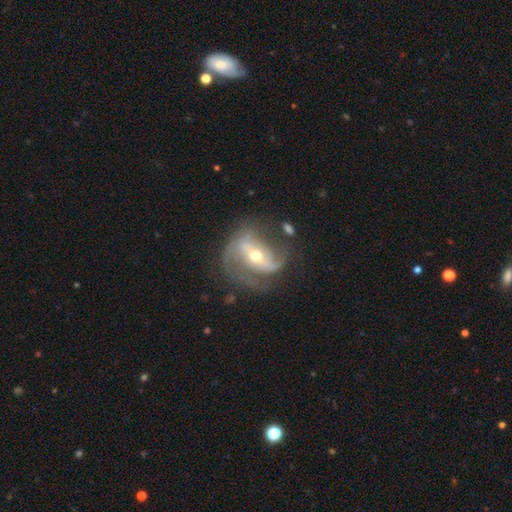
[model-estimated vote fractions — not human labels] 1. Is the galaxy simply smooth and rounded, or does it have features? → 85% featured or disk, 8% smooth, 6% star or artifact.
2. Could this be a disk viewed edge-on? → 96% no, 4% yes.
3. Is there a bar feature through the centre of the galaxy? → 44% strong, 32% weak, 23% no.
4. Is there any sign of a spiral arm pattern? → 91% yes, 9% no.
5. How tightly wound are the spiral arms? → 45% medium, 34% loose, 21% tight.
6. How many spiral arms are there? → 72% 2, 10% can't tell, 8% 1, 7% 3, 2% 4, 2% more than 4.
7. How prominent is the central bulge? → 56% moderate, 40% small, 3% large, 1% dominant, 1% none.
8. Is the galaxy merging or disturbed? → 56% none, 22% minor disturbance, 18% major disturbance, 4% merger.